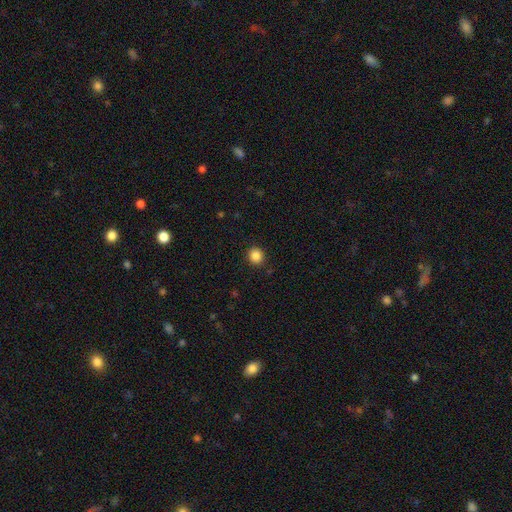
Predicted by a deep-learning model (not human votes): smooth 86%, star or artifact 10%, featured or disk 3%. Down the decision tree: how rounded — round (86%); merging — none (90%).